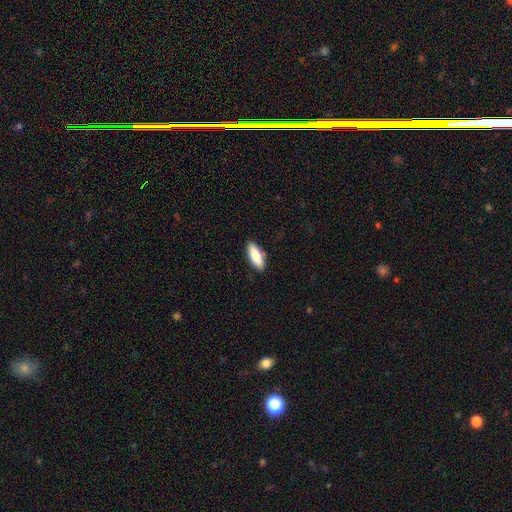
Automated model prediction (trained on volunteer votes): Q: Smooth or featured?
A: smooth (84%); runner-up: featured or disk (10%)
Q: How rounded?
A: in between (62%); runner-up: cigar-shaped (36%)
Q: Merging?
A: none (87%); runner-up: minor disturbance (10%)